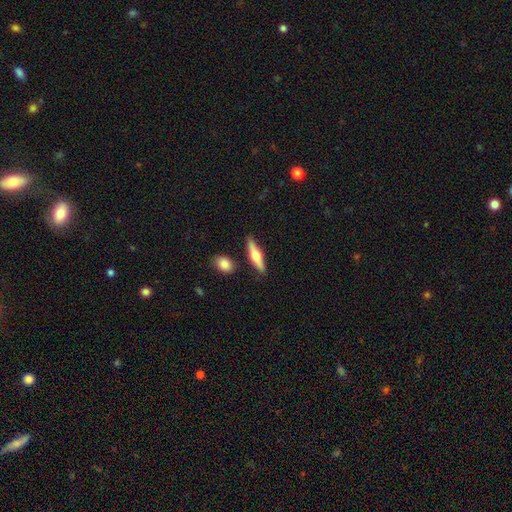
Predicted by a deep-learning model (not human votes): Smooth or featured? Predicted: featured or disk (p=0.48). Merging? Predicted: none (p=0.84).